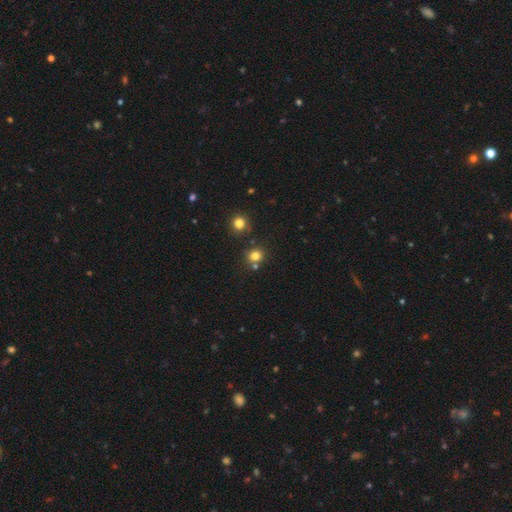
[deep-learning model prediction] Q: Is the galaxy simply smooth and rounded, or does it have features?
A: smooth — 78%.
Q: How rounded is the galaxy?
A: round — 83%.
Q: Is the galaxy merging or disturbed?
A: none — 72%.